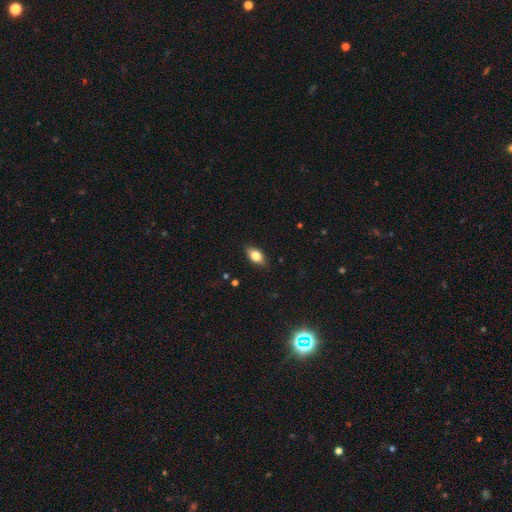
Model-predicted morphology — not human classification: Smooth or featured? smooth (76%)
How rounded? in between (86%)
Merging? none (85%)